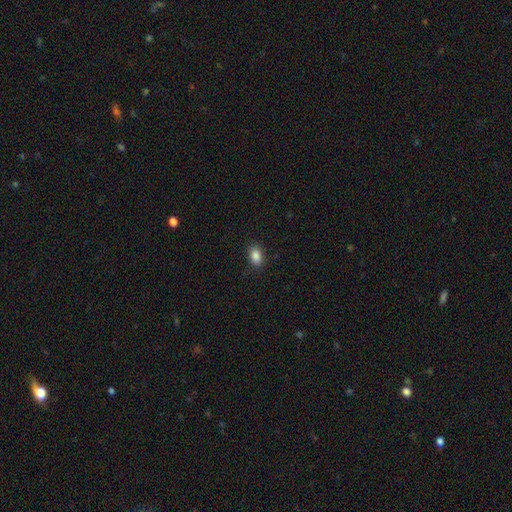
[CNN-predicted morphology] smooth 87%, star or artifact 9%, featured or disk 5%. Down the decision tree: how rounded — in between (85%); merging — none (87%).